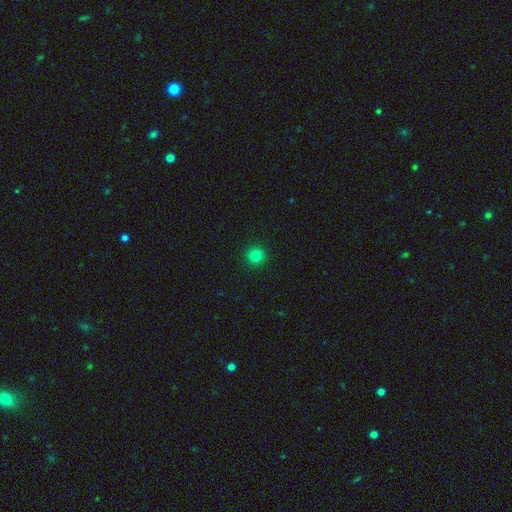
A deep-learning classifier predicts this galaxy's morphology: smooth_or_featured: smooth (p=0.82) [alt: star or artifact p=0.13]
how_rounded: round (p=0.95) [alt: in between p=0.04]
merging: none (p=0.93) [alt: minor disturbance p=0.05]